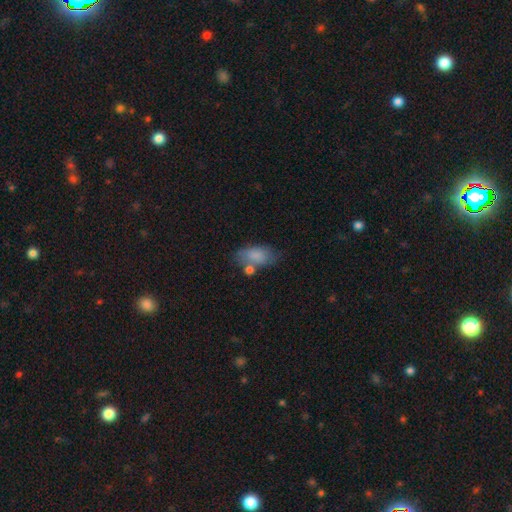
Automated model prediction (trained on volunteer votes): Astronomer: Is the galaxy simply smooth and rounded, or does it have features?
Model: smooth — 79%.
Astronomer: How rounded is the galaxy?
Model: in between — 91%.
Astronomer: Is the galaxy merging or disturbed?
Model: none — 52%.